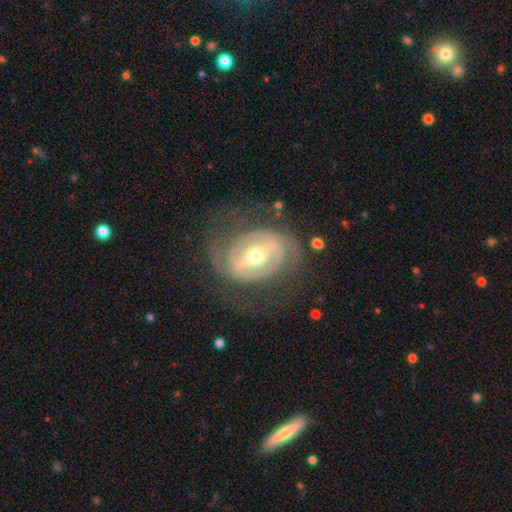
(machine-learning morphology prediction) Smooth or featured?
  - featured or disk: 83% *
  - smooth: 12%
  - star or artifact: 5%
Edge-on disk?
  - no: 96% *
  - yes: 4%
Bar?
  - strong: 45% *
  - weak: 34%
  - no: 21%
Spiral arms?
  - yes: 77% *
  - no: 23%
Spiral winding?
  - tight: 49% *
  - medium: 35%
  - loose: 16%
Spiral arm count?
  - 2: 69% *
  - can't tell: 18%
  - 3: 5%
  - 1: 5%
  - 4: 2%
  - more than 4: 2%
Bulge size?
  - moderate: 60% *
  - small: 34%
  - large: 5%
  - dominant: 1%
  - none: 1%
Merging?
  - none: 67% *
  - minor disturbance: 16%
  - major disturbance: 15%
  - merger: 2%